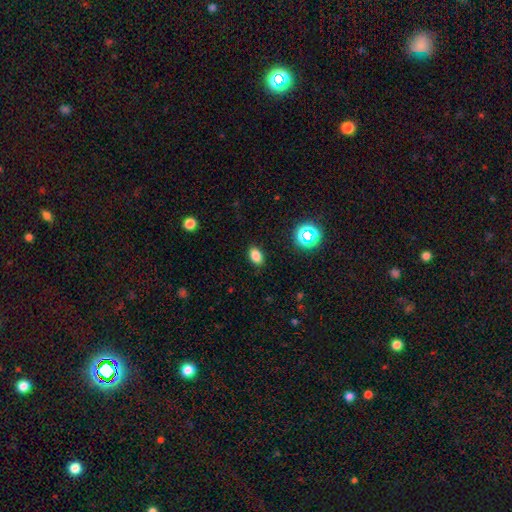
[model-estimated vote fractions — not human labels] The model was most divided on "smooth or featured": smooth: 81%, star or artifact: 14%, featured or disk: 5%. More confident: merging — none (88%); how rounded — in between (86%).